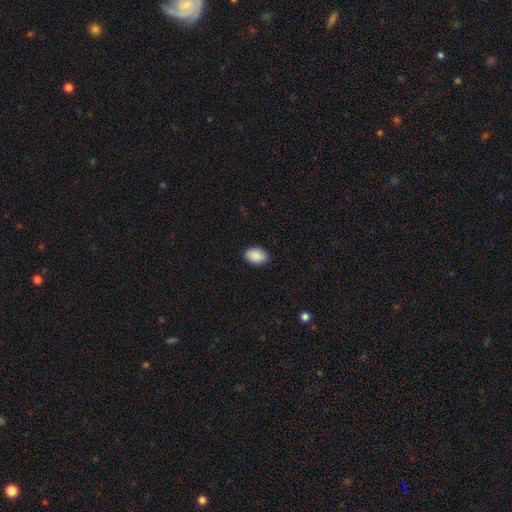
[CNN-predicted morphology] smooth-or-featured: smooth: 90% | star or artifact: 6% | featured or disk: 3%
  how-rounded: in between: 88% | round: 11% | cigar-shaped: 1%
  merging: none: 90% | minor disturbance: 7% | major disturbance: 2% | merger: 1%